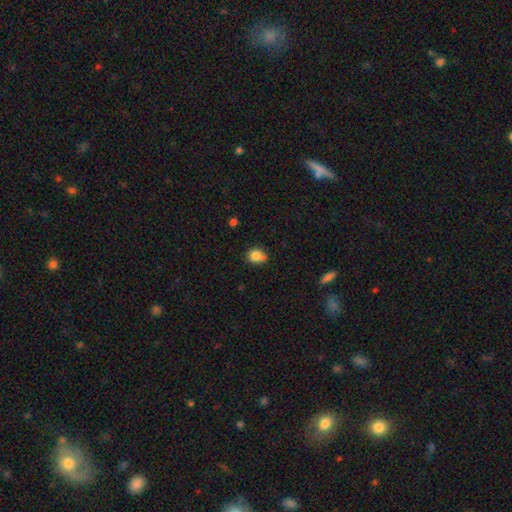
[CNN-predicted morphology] A smooth galaxy with no disk features (80%) that is round (69%). Merging: none (52%).